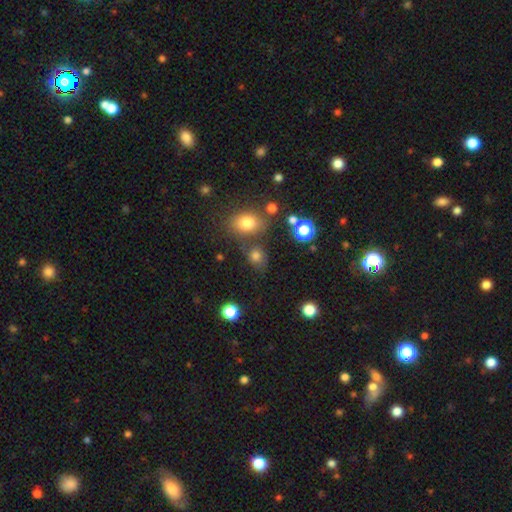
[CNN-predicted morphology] smooth_or_featured: smooth (p=0.75) [alt: star or artifact p=0.17]
how_rounded: round (p=0.60) [alt: in between p=0.38]
merging: none (p=0.65) [alt: merger p=0.15]